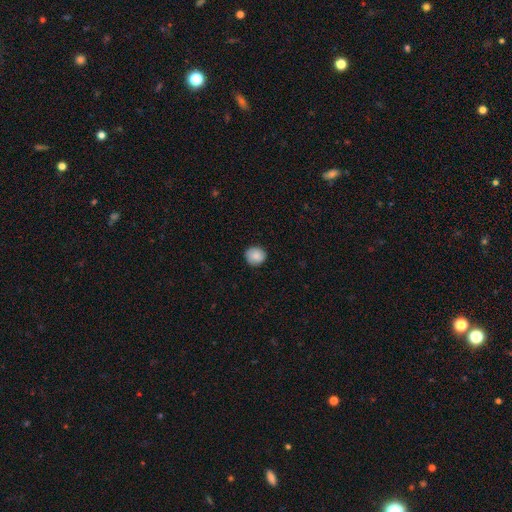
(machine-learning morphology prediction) Smooth or featured? smooth (85%)
How rounded? round (89%)
Merging? none (86%)